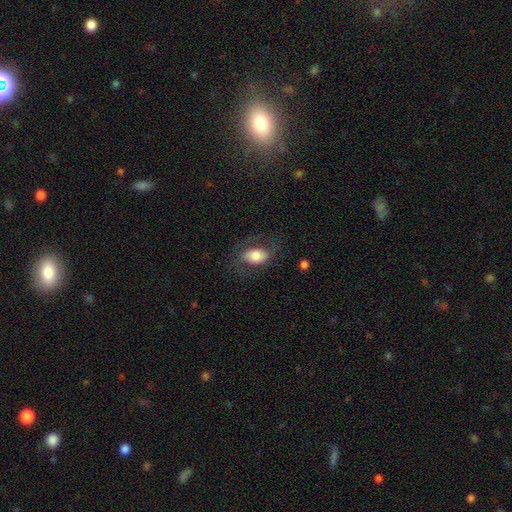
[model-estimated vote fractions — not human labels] Overall: smooth (67%). How rounded: in between (86%). Merging: none (66%).